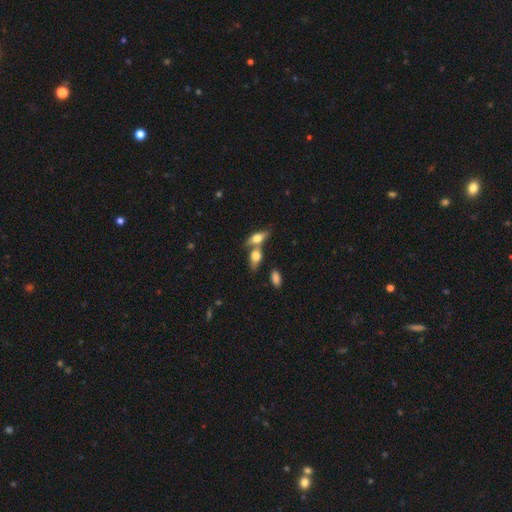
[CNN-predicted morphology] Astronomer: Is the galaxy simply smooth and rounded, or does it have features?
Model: smooth — 67%.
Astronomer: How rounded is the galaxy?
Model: in between — 72%.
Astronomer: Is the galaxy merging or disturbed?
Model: merger — 43% (runner-up: none, 41%).